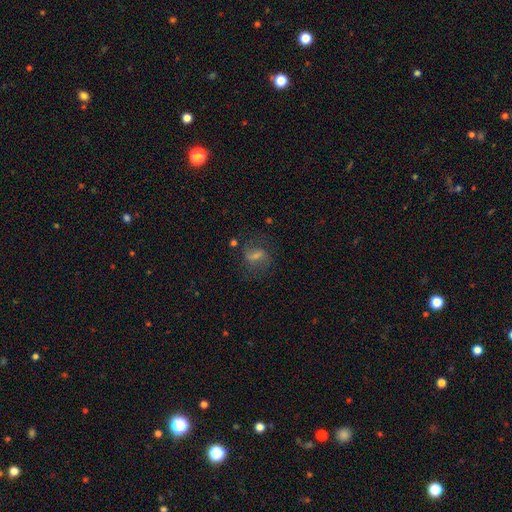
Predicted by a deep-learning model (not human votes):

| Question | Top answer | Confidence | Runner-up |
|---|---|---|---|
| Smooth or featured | featured or disk | 53% | smooth (33%) |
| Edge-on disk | no | 94% | yes (6%) |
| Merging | none | 66% | minor disturbance (17%) |